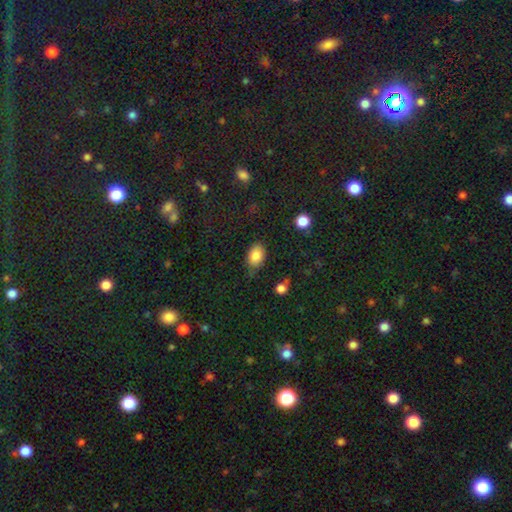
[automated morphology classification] Smooth or featured? smooth (85%)
How rounded? in between (80%)
Merging? none (69%)